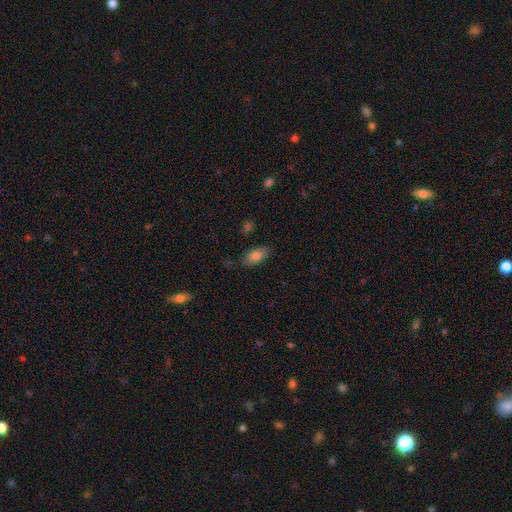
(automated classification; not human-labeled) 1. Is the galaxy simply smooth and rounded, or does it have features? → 79% smooth, 13% featured or disk, 9% star or artifact.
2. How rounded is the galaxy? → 88% in between, 8% cigar-shaped, 4% round.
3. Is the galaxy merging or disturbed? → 76% none, 17% minor disturbance, 4% major disturbance, 3% merger.